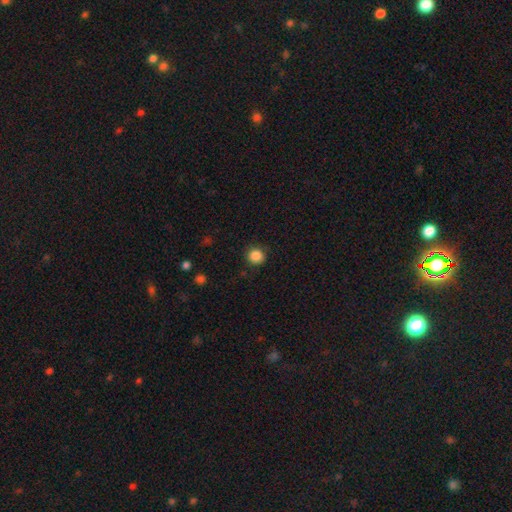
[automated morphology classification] Smooth or featured?
  - smooth: 86% *
  - star or artifact: 11%
  - featured or disk: 3%
How rounded?
  - round: 90% *
  - in between: 9%
  - cigar-shaped: 1%
Merging?
  - none: 88% *
  - minor disturbance: 8%
  - major disturbance: 3%
  - merger: 1%